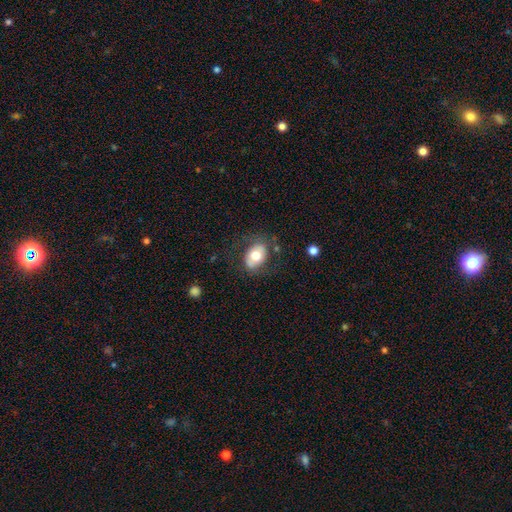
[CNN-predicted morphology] Q: Smooth or featured?
A: smooth (66%); runner-up: featured or disk (27%)
Q: How rounded?
A: in between (78%); runner-up: round (21%)
Q: Merging?
A: none (71%); runner-up: minor disturbance (17%)